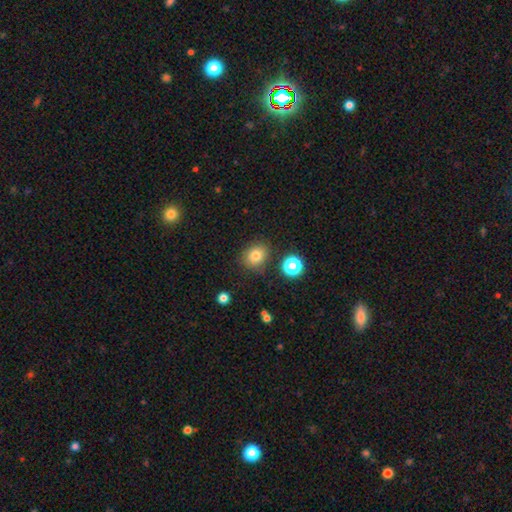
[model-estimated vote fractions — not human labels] Overall: smooth (79%). How rounded: round (64%; in between 35%). Merging: none (82%).